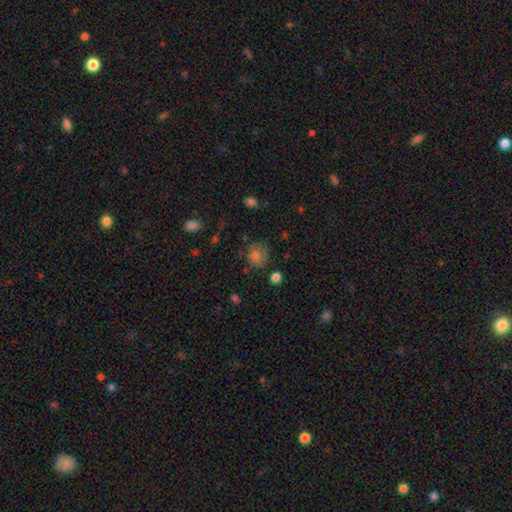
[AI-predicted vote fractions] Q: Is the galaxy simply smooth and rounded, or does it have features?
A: smooth — 73%.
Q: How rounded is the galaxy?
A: round — 77%.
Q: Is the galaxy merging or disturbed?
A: none — 66%.